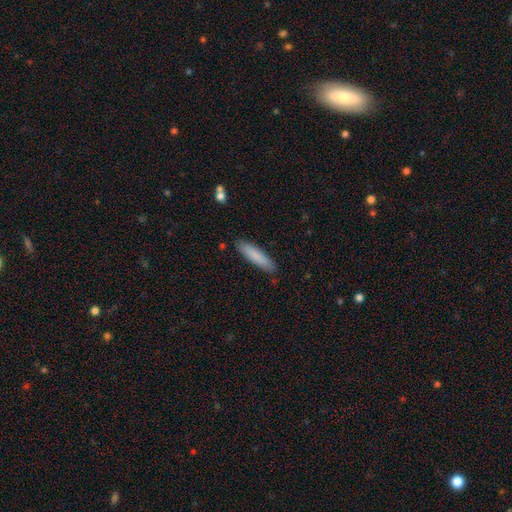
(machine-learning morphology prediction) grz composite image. It shows a smooth galaxy with no disk features (83%) that is cigar-shaped (84%). Merging: none (88%).